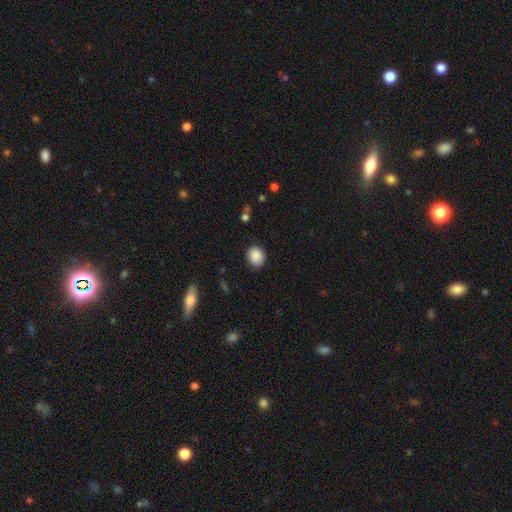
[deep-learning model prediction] Smooth or featured: smooth — 88% (star or artifact — 8%)
How rounded: round — 62% (in between — 37%)
Merging: none — 86% (minor disturbance — 10%)